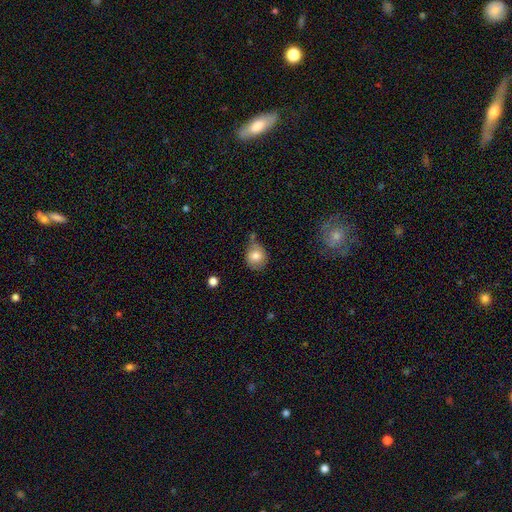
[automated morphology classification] type=smooth (78%); roundness=round (74%); merging=none (58%).